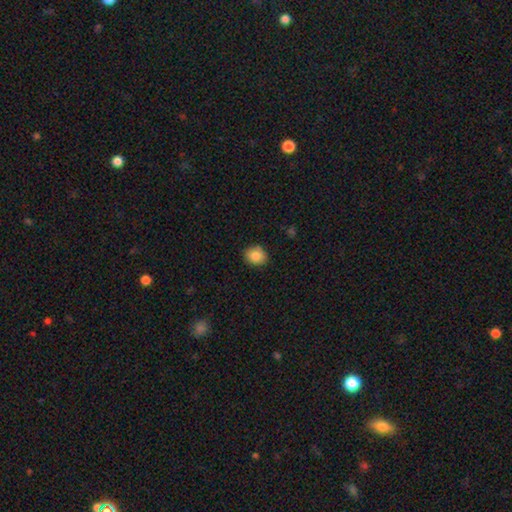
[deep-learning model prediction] A smooth galaxy with no disk features (87%) that is round (61%). Merging: none (85%).